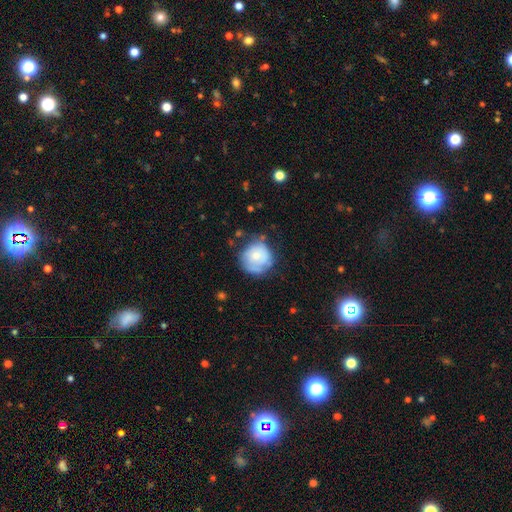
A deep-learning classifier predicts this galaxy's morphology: This is likely a smooth galaxy (61%). How rounded: clearly round (88%). Merging: possibly none (56%).